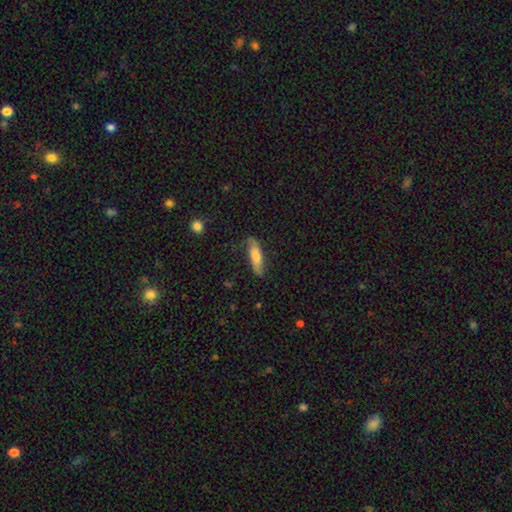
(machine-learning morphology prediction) The model was most divided on "how rounded": cigar-shaped: 66%, in between: 32%, round: 2%. More confident: merging — none (73%); smooth or featured — smooth (73%).